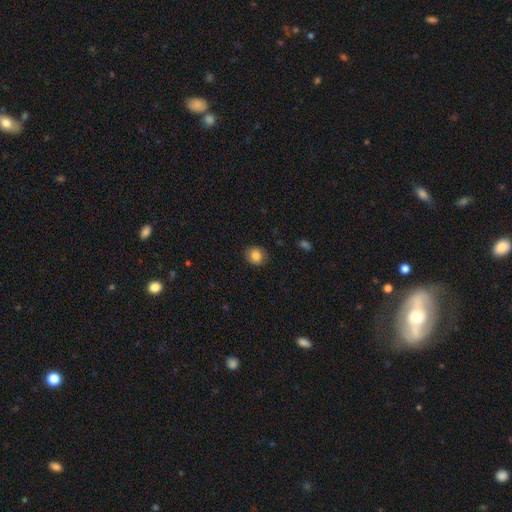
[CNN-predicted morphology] The model was most divided on "how rounded": round: 78%, in between: 21%, cigar-shaped: 1%. More confident: merging — none (85%); smooth or featured — smooth (84%).